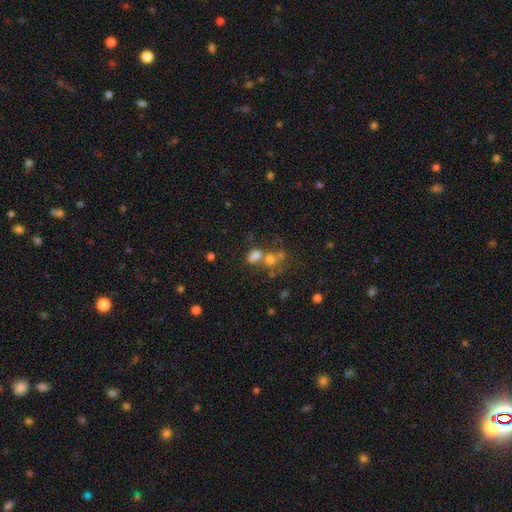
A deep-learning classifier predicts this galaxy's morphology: A smooth galaxy with no disk features (69%) that is in between round and cigar-shaped (67%). Merging: merger (51%).